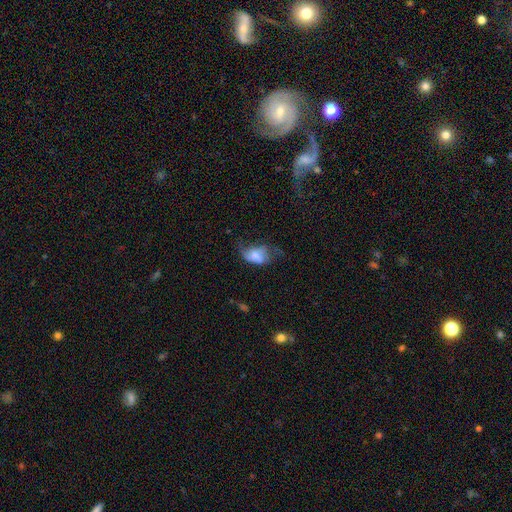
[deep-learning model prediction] The model was most divided on "merging": major disturbance: 42%, none: 28%, minor disturbance: 27%, merger: 3%. More confident: how rounded — in between (84%); smooth or featured — smooth (55%).